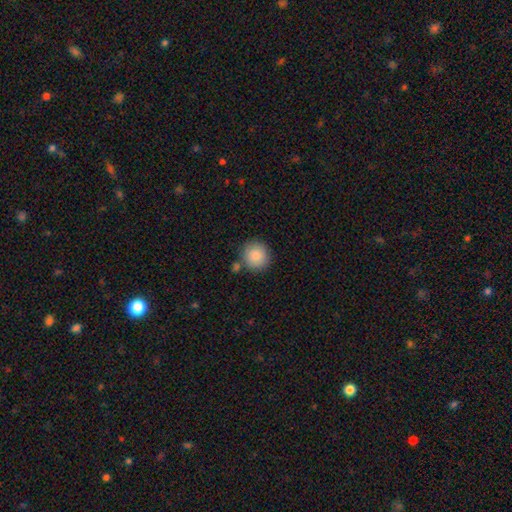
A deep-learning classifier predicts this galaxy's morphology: Overall: smooth (88%). How rounded: round (92%). Merging: none (79%).